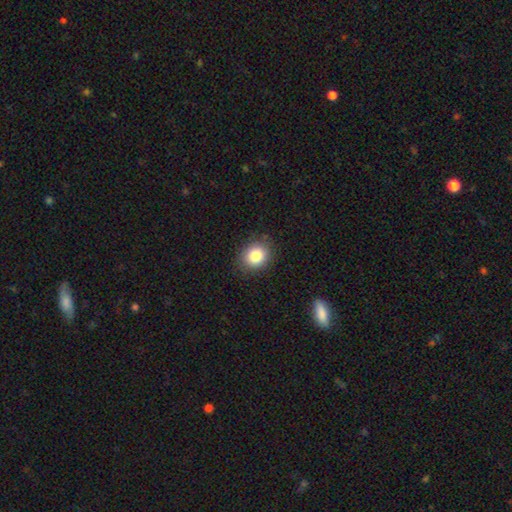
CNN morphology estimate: Smooth or featured? Predicted: smooth (p=0.84). How rounded? Predicted: round (p=0.69). Merging? Predicted: none (p=0.86).